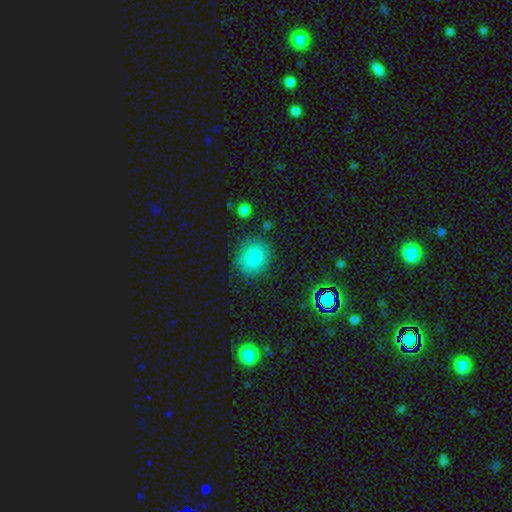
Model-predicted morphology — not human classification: This appears to be a smooth galaxy with no disk features (80%) that is round (71%). Merging: none (85%).